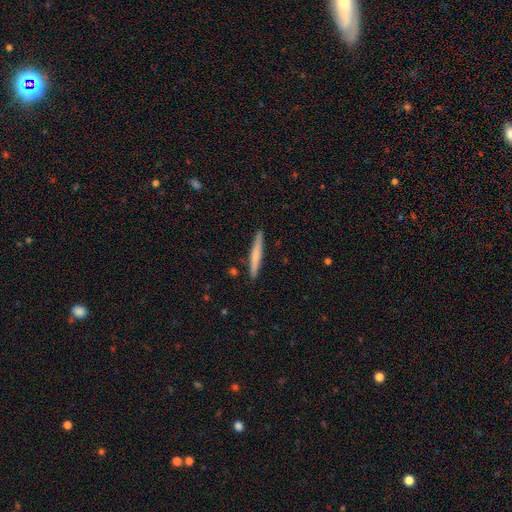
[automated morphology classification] Smooth or featured? smooth (64%)
How rounded? cigar-shaped (96%)
Merging? none (90%)